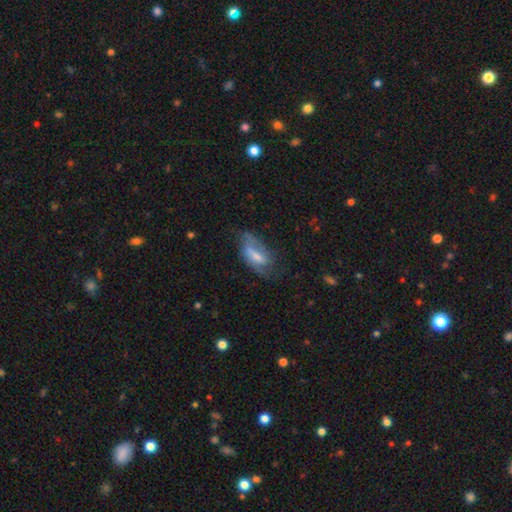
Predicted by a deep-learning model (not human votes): Overall: featured or disk (54%; smooth 38%). Edge-on disk: no (88%). Merging: none (44%; minor disturbance 29%).